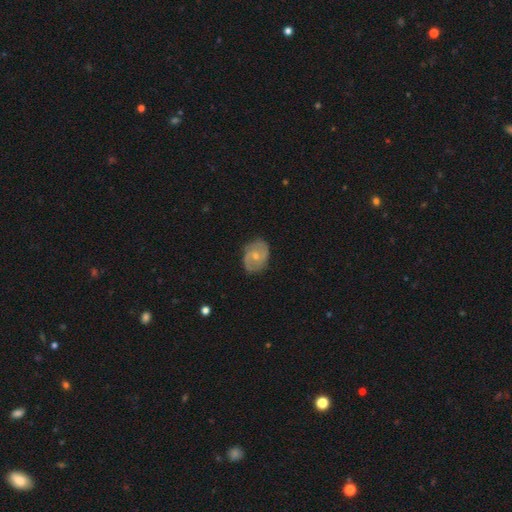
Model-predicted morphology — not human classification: A featured or disk galaxy (67%) with no bar (57%), 2 (76%) medium (47%) spiral arms (85%) and a small central bulge (50%).

Vote fractions:
- Smooth or featured? featured or disk: 67% / smooth: 27% / star or artifact: 6%
- Edge-on disk? no: 97% / yes: 3%
- Bar? no: 57% / weak: 37% / strong: 6%
- Spiral arms? yes: 85% / no: 15%
- Spiral winding? medium: 47% / tight: 33% / loose: 20%
- Spiral arm count? 2: 76% / can't tell: 14% / 3: 4% / 1: 3% / 4: 2% / more than 4: 2%
- Bulge size? small: 50% / moderate: 46% / none: 2% / large: 1% / dominant: 1%
- Merging? none: 75% / minor disturbance: 19% / major disturbance: 5% / merger: 1%